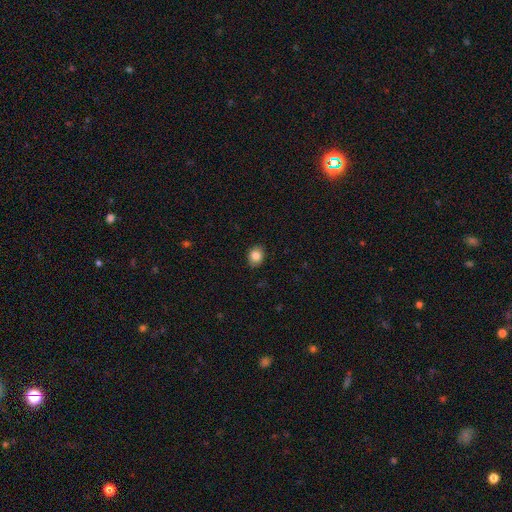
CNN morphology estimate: Smooth or featured? smooth (84%)
How rounded? round (53%)
Merging? none (89%)